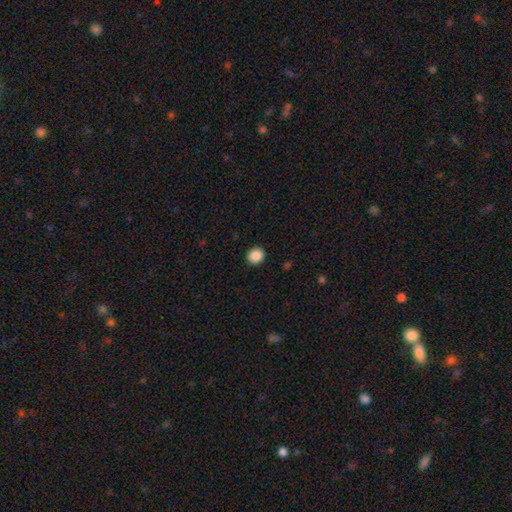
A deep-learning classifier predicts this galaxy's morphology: Smooth or featured?
  - smooth: 88% *
  - star or artifact: 9%
  - featured or disk: 3%
How rounded?
  - round: 86% *
  - in between: 13%
  - cigar-shaped: 1%
Merging?
  - none: 91% *
  - minor disturbance: 6%
  - major disturbance: 2%
  - merger: 1%